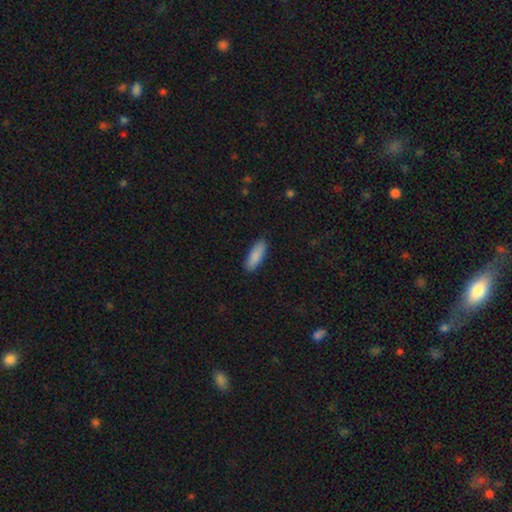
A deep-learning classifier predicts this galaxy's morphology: Smooth or featured: smooth — 88% (featured or disk — 6%)
How rounded: in between — 62% (cigar-shaped — 37%)
Merging: none — 86% (minor disturbance — 11%)